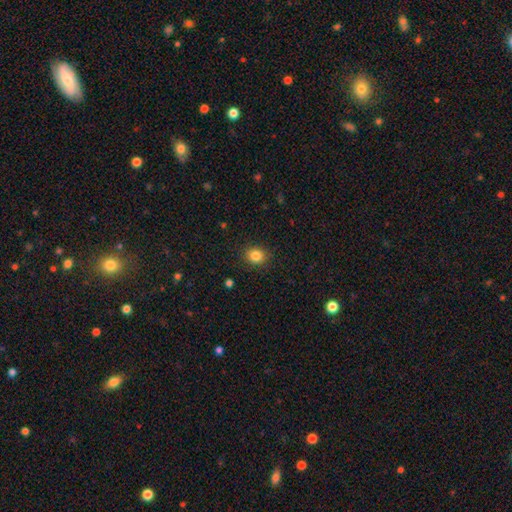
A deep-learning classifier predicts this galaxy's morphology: smooth_or_featured: smooth (p=0.84) [alt: star or artifact p=0.11]
how_rounded: round (p=0.65) [alt: in between p=0.34]
merging: none (p=0.88) [alt: minor disturbance p=0.08]